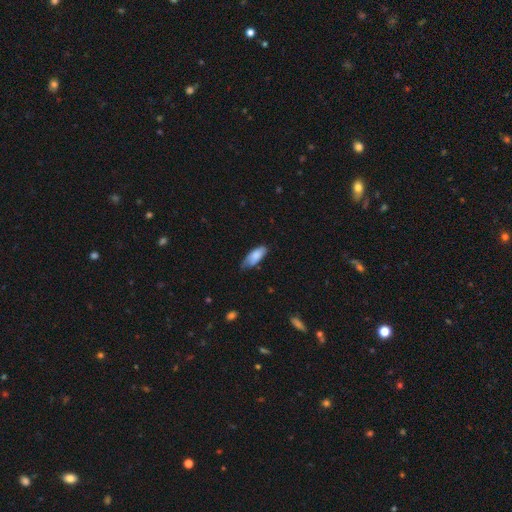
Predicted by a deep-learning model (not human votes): Smooth or featured?
  - smooth: 82% *
  - featured or disk: 12%
  - star or artifact: 6%
How rounded?
  - in between: 79% *
  - cigar-shaped: 19%
  - round: 2%
Merging?
  - none: 50% *
  - minor disturbance: 40%
  - major disturbance: 8%
  - merger: 2%